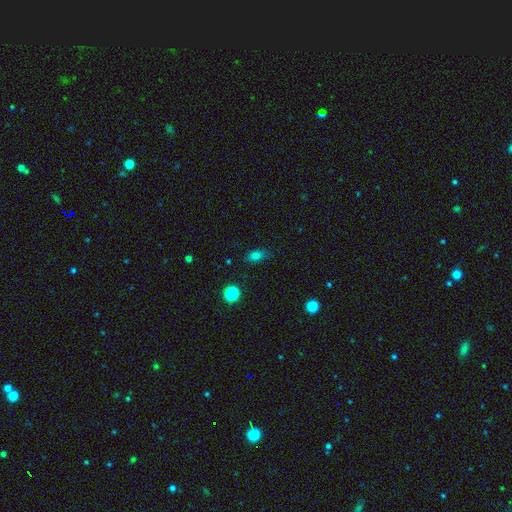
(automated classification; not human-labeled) Morphology: type=smooth (78%); roundness=in between (78%); merging=none (77%).